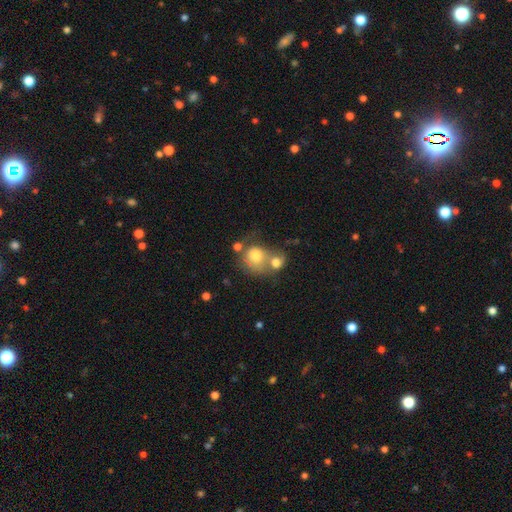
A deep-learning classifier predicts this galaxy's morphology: This appears to be a smooth galaxy with no disk features (71%) that is round (74%). Merging: merger (58%).